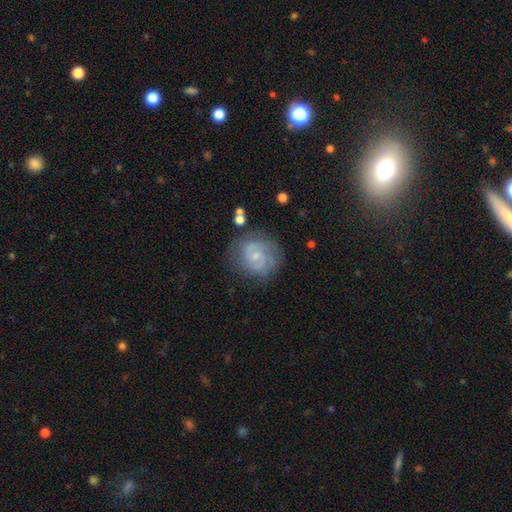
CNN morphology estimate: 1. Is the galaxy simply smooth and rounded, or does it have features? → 68% featured or disk, 24% smooth, 8% star or artifact.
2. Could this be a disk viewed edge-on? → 98% no, 2% yes.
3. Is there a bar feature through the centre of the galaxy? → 70% no, 26% weak, 4% strong.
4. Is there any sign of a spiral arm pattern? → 89% yes, 11% no.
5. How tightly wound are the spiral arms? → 55% tight, 34% medium, 11% loose.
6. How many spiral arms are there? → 41% 2, 31% can't tell, 15% 3, 5% 1, 4% 4, 4% more than 4.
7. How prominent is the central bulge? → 76% small, 16% moderate, 6% none, 1% large, 1% dominant.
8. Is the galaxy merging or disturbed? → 71% none, 18% minor disturbance, 8% major disturbance, 2% merger.